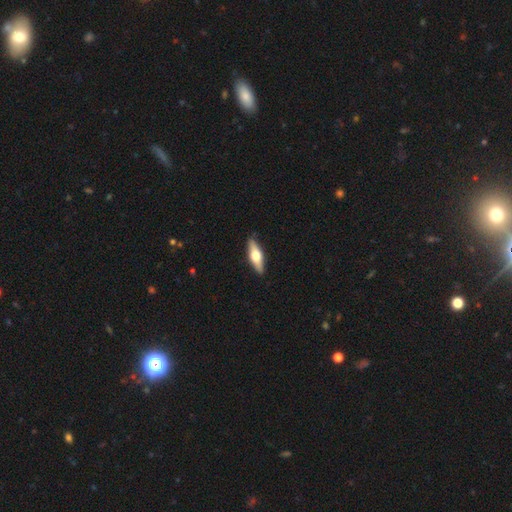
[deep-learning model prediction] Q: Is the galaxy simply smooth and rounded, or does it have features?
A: featured or disk — 54%.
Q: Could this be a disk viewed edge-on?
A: yes — 93%.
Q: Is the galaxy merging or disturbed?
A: none — 90%.